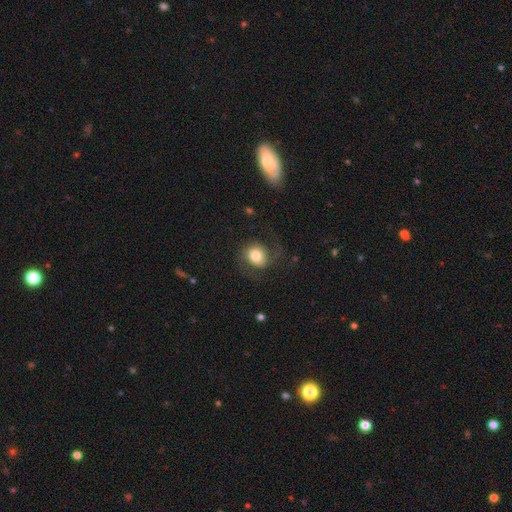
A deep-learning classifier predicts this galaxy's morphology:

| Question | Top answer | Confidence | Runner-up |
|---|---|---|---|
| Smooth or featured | featured or disk | 57% | smooth (34%) |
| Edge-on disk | no | 98% | yes (2%) |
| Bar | no | 68% | weak (26%) |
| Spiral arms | yes | 91% | no (9%) |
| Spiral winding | loose | 44% | medium (43%) |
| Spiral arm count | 2 | 86% | 1 (6%) |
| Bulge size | moderate | 45% | large (37%) |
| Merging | none | 64% | major disturbance (18%) |